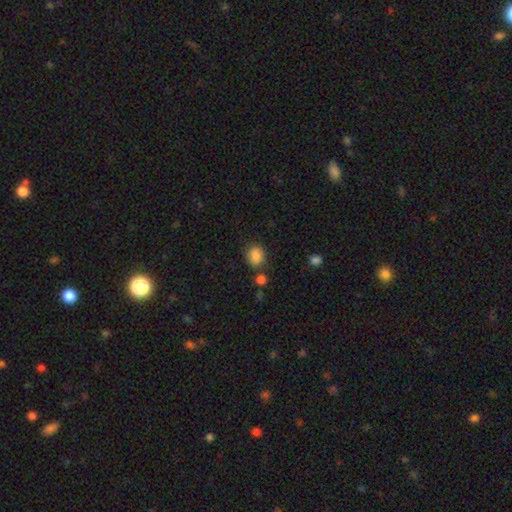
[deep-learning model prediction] The model was most divided on "how rounded": round: 57%, in between: 42%, cigar-shaped: 1%. More confident: smooth or featured — smooth (86%); merging — none (77%).